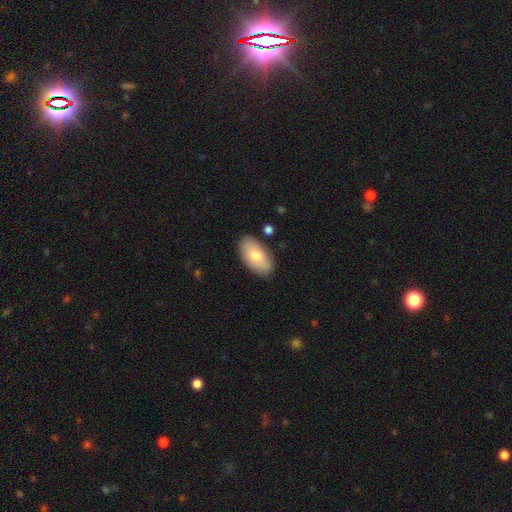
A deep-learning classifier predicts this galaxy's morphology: This appears to be a smooth galaxy with no disk features (78%) that is in between round and cigar-shaped (95%). Merging: none (84%).